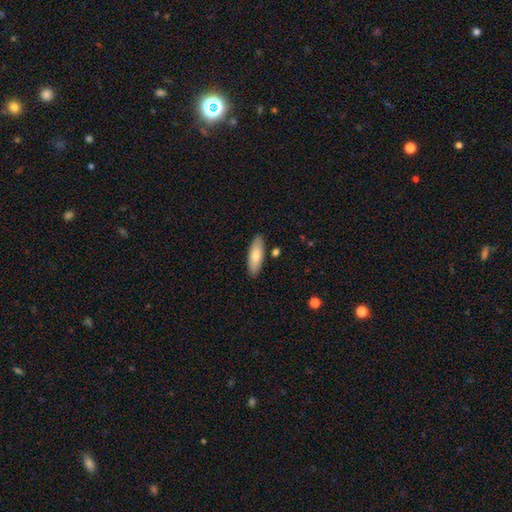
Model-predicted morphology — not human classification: The model was most divided on "how rounded": in between: 64%, cigar-shaped: 34%, round: 2%. More confident: merging — none (85%); smooth or featured — smooth (77%).